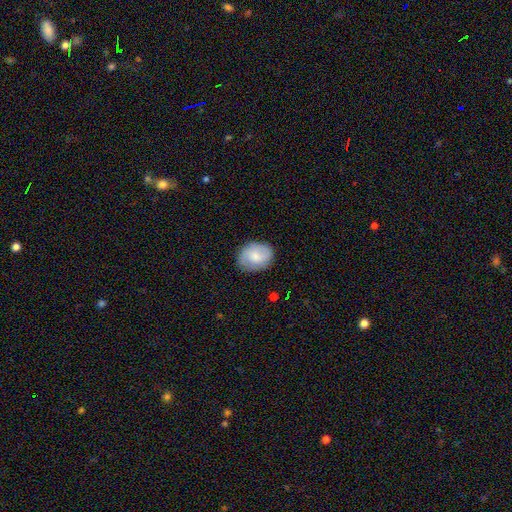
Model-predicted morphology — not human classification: This is likely a smooth galaxy (65%). How rounded: likely in between (61%). Merging: clearly none (82%).